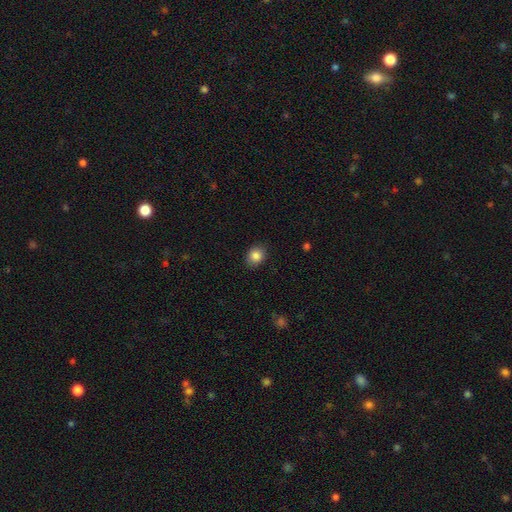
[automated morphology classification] Overall: smooth (85%). How rounded: round (56%; in between 43%). Merging: none (87%).